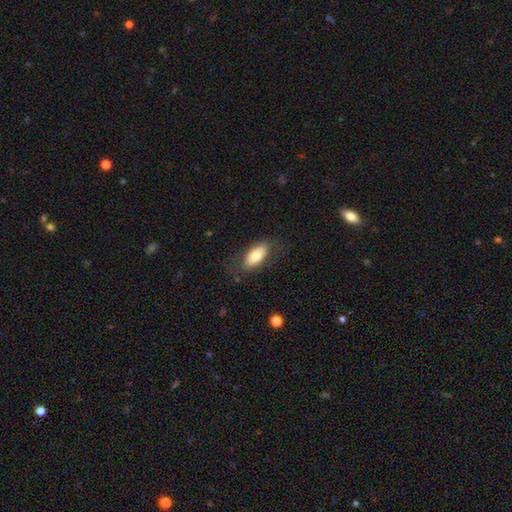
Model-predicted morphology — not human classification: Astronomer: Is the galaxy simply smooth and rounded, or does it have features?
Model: smooth — 76%.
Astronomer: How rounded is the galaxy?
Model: in between — 86%.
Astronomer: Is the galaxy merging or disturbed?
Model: none — 78%.